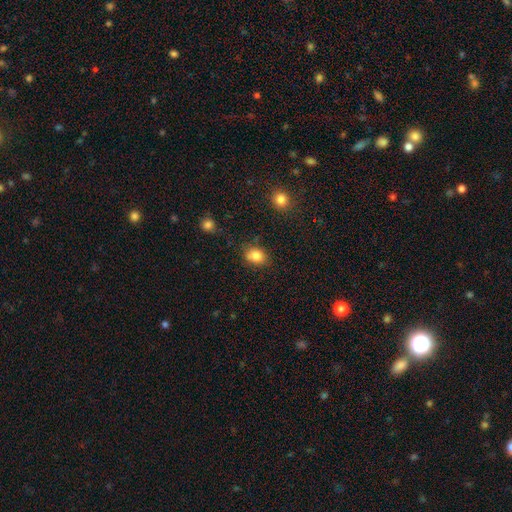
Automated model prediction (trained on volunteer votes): Smooth or featured? smooth (84%)
How rounded? in between (60%)
Merging? none (74%)